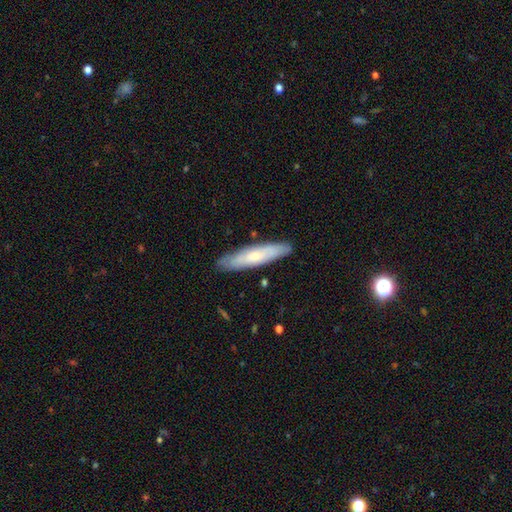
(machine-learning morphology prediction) Smooth or featured?
  - smooth: 52% *
  - featured or disk: 42%
  - star or artifact: 6%
How rounded?
  - cigar-shaped: 79% *
  - in between: 19%
  - round: 1%
Merging?
  - none: 84% *
  - minor disturbance: 12%
  - major disturbance: 2%
  - merger: 1%